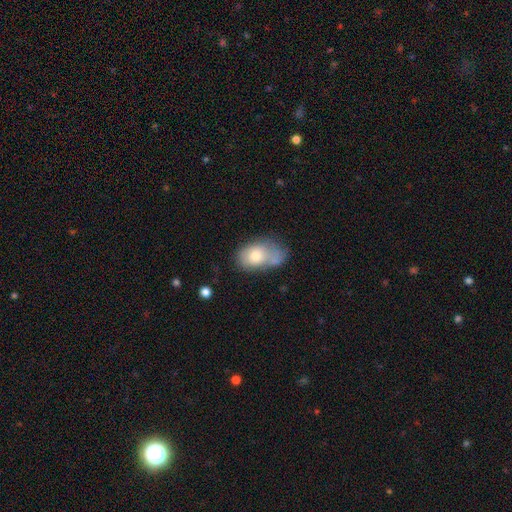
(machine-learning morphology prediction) Smooth or featured?
  - smooth: 70% *
  - featured or disk: 22%
  - star or artifact: 8%
How rounded?
  - in between: 87% *
  - round: 12%
  - cigar-shaped: 1%
Merging?
  - none: 34% *
  - minor disturbance: 27%
  - merger: 25%
  - major disturbance: 14%